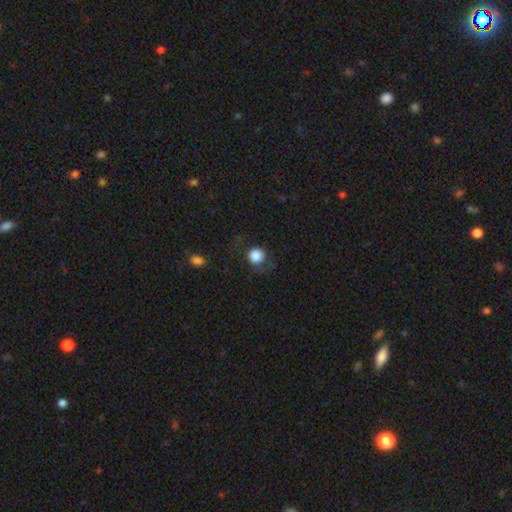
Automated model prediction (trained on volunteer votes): smooth 85%, star or artifact 9%, featured or disk 6%. Down the decision tree: how rounded — round (90%); merging — none (69%).